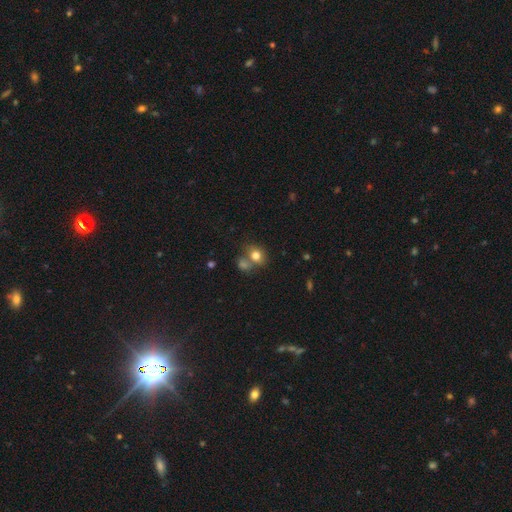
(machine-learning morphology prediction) smooth_or_featured: smooth (p=0.79) [alt: star or artifact p=0.11]
how_rounded: round (p=0.62) [alt: in between p=0.37]
merging: none (p=0.49) [alt: merger p=0.34]